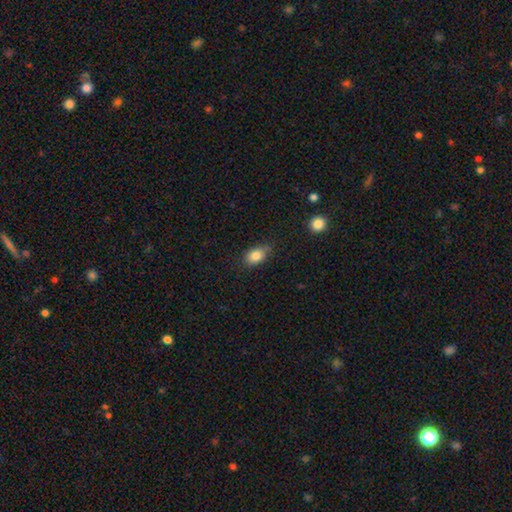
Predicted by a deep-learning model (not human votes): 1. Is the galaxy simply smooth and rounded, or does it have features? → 84% smooth, 9% star or artifact, 7% featured or disk.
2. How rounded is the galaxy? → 81% in between, 17% round, 3% cigar-shaped.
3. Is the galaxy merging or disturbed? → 69% none, 25% minor disturbance, 4% major disturbance, 2% merger.